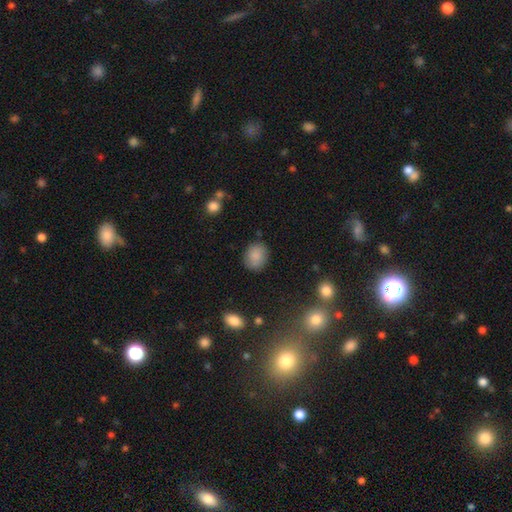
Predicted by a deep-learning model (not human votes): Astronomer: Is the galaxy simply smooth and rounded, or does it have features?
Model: smooth — 87%.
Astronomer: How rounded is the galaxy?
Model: in between — 50% (runner-up: round, 49%).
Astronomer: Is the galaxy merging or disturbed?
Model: none — 84%.